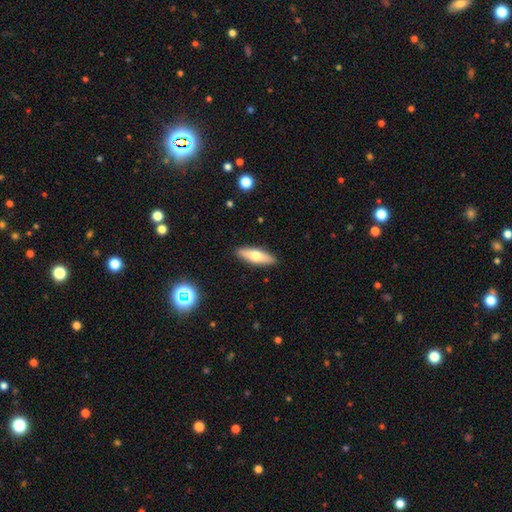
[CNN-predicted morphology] A smooth galaxy with no disk features (57%) that is cigar-shaped (53%).

Vote fractions:
- Smooth or featured? smooth: 57% / featured or disk: 37% / star or artifact: 6%
- How rounded? cigar-shaped: 53% / in between: 45% / round: 2%
- Merging? none: 90% / minor disturbance: 7% / major disturbance: 2% / merger: 1%